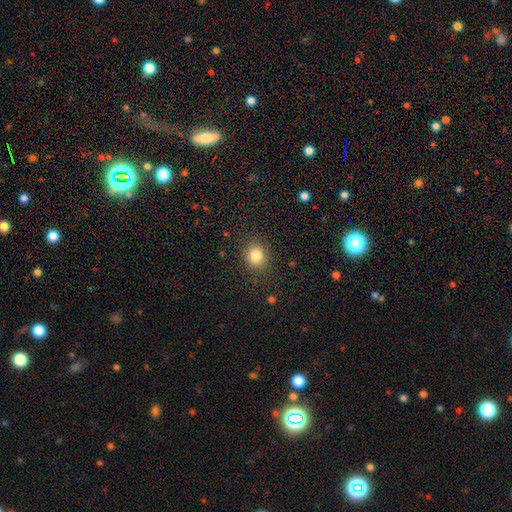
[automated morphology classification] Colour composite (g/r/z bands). It shows a smooth galaxy with no disk features (83%) that is round (78%). Merging: none (87%).